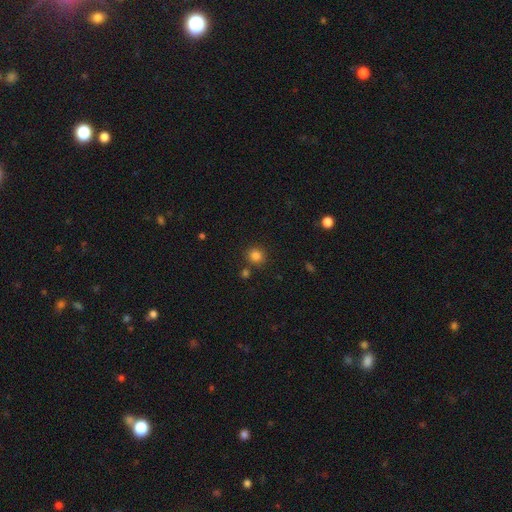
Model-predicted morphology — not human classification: smooth 83%, star or artifact 13%, featured or disk 4%. Down the decision tree: how rounded — round (86%); merging — none (81%).